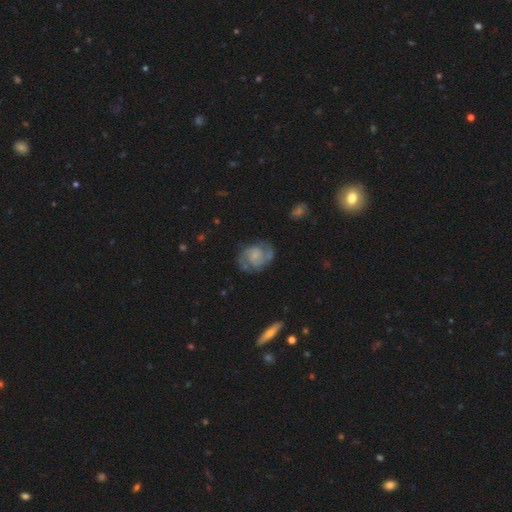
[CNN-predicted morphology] A featured or disk galaxy (82%) with no bar (65%), 2 (81%) medium (49%) spiral arms (95%) and a small central bulge (61%). Merging: none (70%).